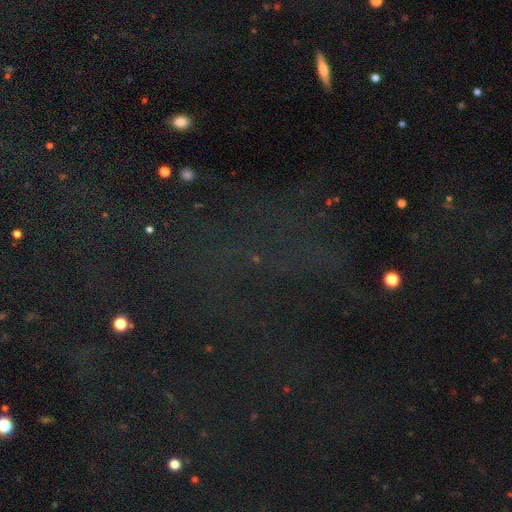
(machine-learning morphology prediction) Smooth or featured? Predicted: star or artifact (p=0.76).